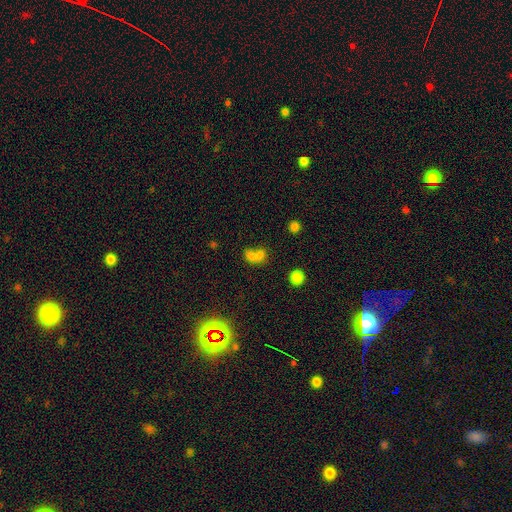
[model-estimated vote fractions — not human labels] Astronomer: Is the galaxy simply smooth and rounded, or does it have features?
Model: smooth — 69%.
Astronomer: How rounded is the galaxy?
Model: in between — 52% (runner-up: round, 46%).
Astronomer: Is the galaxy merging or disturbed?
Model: merger — 64%.